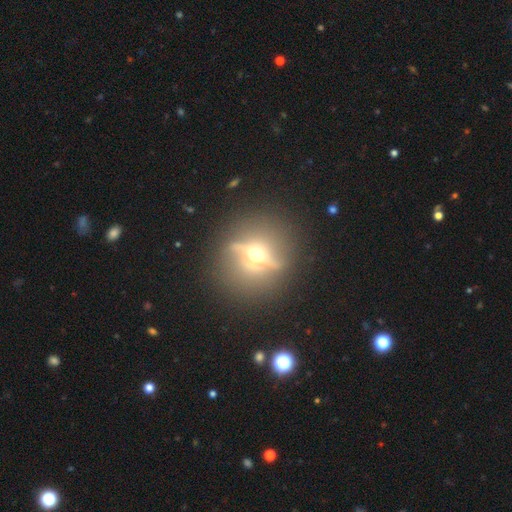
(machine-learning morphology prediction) Smooth or featured? featured or disk (70%)
Edge-on disk? yes (58%)
Merging? none (81%)